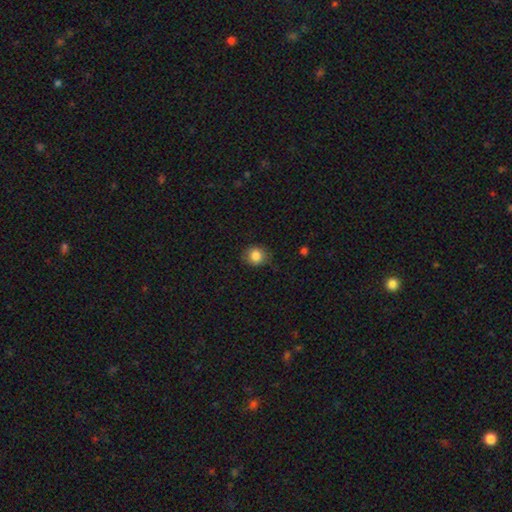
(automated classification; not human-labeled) A smooth galaxy with no disk features (84%) that is round (72%). Merging: none (76%).